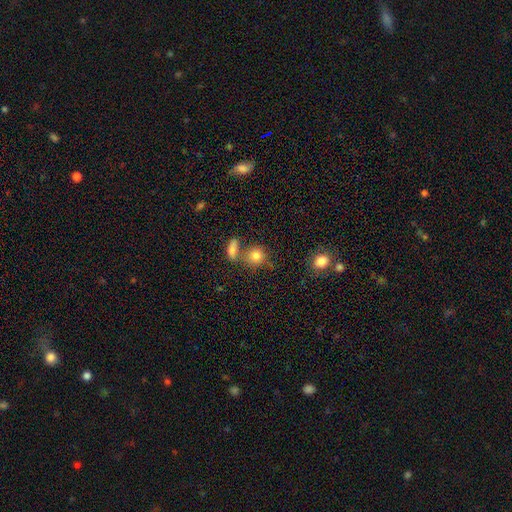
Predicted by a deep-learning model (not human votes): Overall: smooth (81%). How rounded: round (80%). Merging: none (54%; merger 29%).